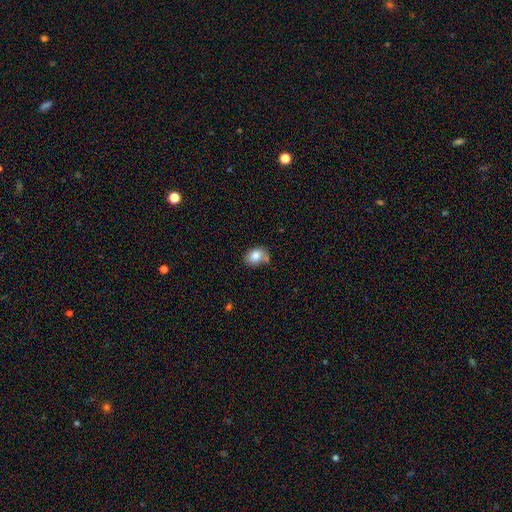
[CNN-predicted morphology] Smooth or featured?
  - smooth: 82% *
  - featured or disk: 10%
  - star or artifact: 9%
How rounded?
  - in between: 63% *
  - round: 36%
  - cigar-shaped: 1%
Merging?
  - none: 61% *
  - minor disturbance: 23%
  - merger: 11%
  - major disturbance: 5%